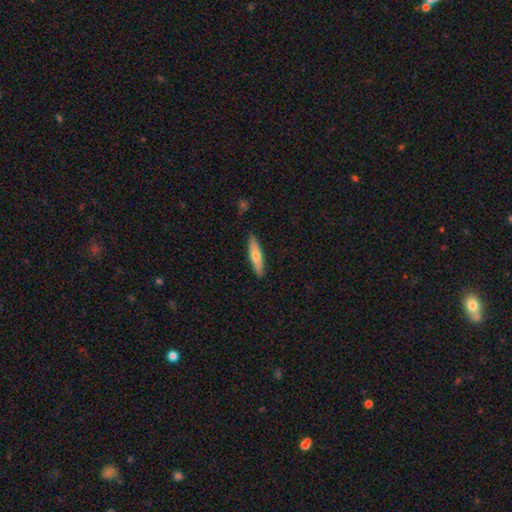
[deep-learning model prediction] Smooth or featured?
  - smooth: 62% *
  - featured or disk: 32%
  - star or artifact: 6%
How rounded?
  - cigar-shaped: 80% *
  - in between: 18%
  - round: 2%
Merging?
  - none: 87% *
  - minor disturbance: 10%
  - major disturbance: 2%
  - merger: 1%